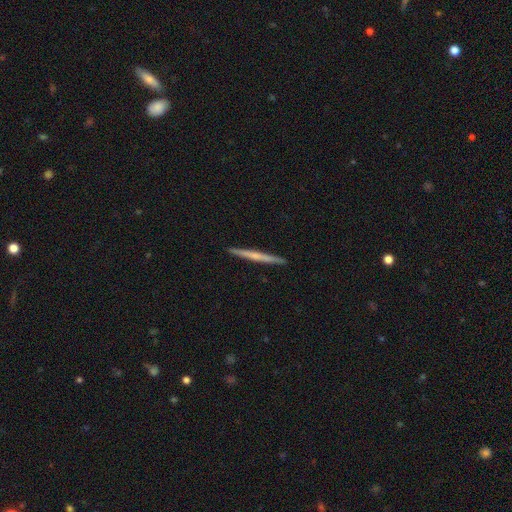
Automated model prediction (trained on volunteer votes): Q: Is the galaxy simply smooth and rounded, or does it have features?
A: featured or disk — 58%.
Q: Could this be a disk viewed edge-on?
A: yes — 98%.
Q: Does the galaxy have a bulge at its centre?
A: none — 59%.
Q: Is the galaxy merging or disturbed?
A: none — 93%.